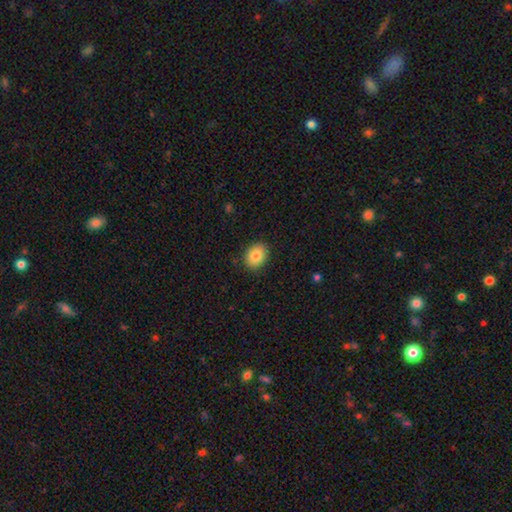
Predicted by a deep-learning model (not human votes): Smooth or featured: smooth — 84% (star or artifact — 8%)
How rounded: in between — 60% (round — 39%)
Merging: none — 88% (minor disturbance — 9%)